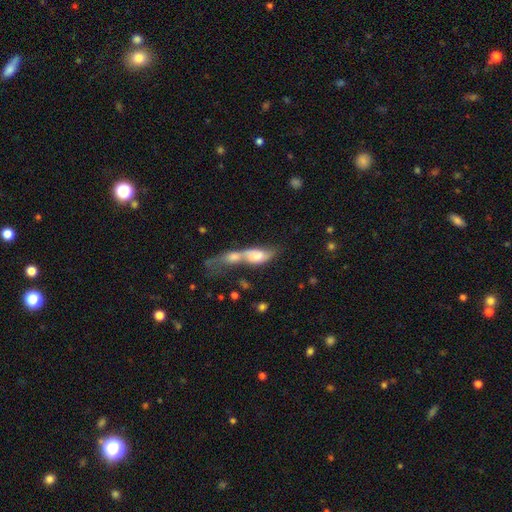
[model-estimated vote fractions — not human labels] Smooth or featured: smooth — 53% (featured or disk — 37%)
How rounded: in between — 68% (cigar-shaped — 21%)
Merging: merger — 74% (none — 10%)